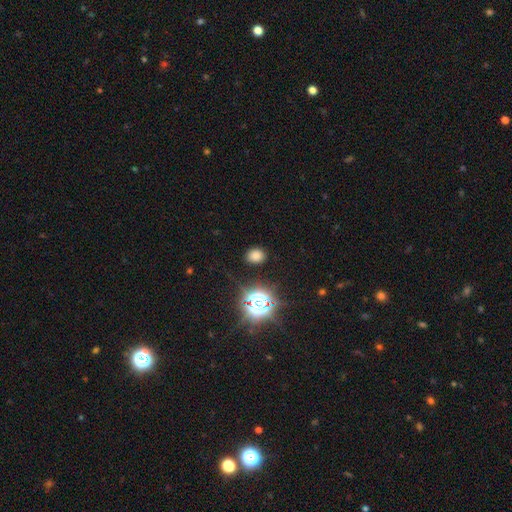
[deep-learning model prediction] This is likely a smooth galaxy (71%). How rounded: possibly in between (52%). Merging: clearly none (85%).